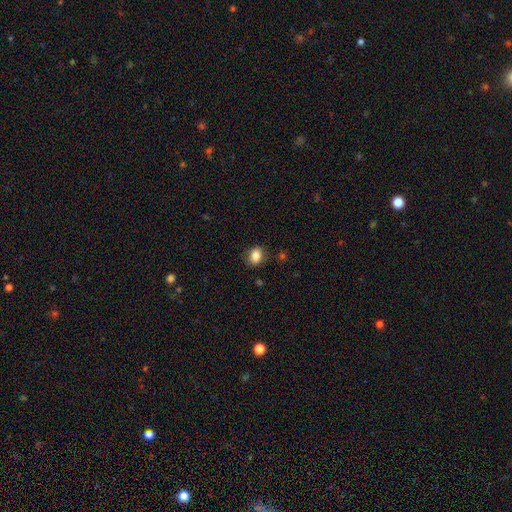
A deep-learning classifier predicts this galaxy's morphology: The model was most divided on "how rounded": in between: 54%, round: 45%, cigar-shaped: 1%. More confident: smooth or featured — smooth (85%); merging — none (81%).